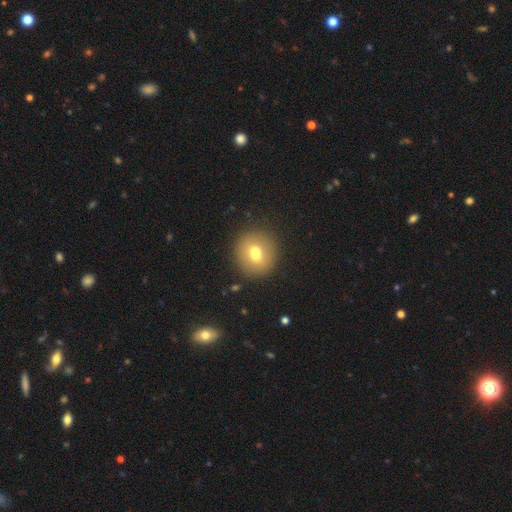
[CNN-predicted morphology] This is likely a smooth galaxy (68%). How rounded: clearly round (85%). Merging: likely none (65%).